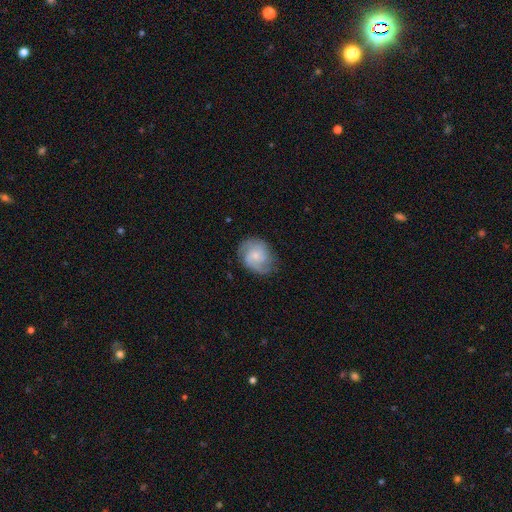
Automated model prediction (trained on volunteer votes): Smooth or featured? featured or disk (73%)
Edge-on disk? no (98%)
Bar? no (66%)
Spiral arms? yes (95%)
Spiral winding? medium (46%)
Spiral arm count? 2 (67%)
Bulge size? small (61%)
Merging? none (75%)